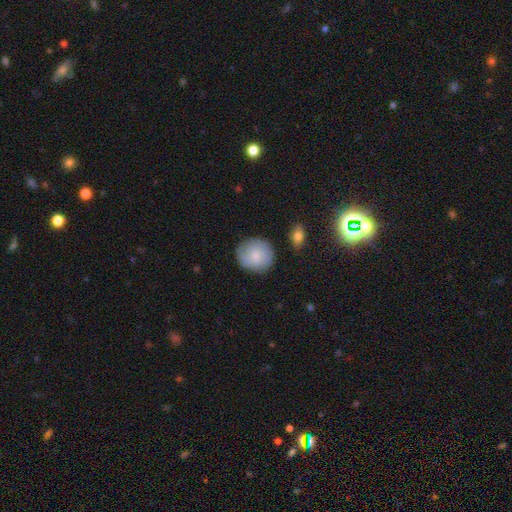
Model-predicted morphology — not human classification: A smooth galaxy with no disk features (66%) that is round (87%).

Vote fractions:
- Smooth or featured? smooth: 66% / featured or disk: 27% / star or artifact: 7%
- How rounded? round: 87% / in between: 12% / cigar-shaped: 1%
- Merging? none: 81% / minor disturbance: 13% / major disturbance: 4% / merger: 2%